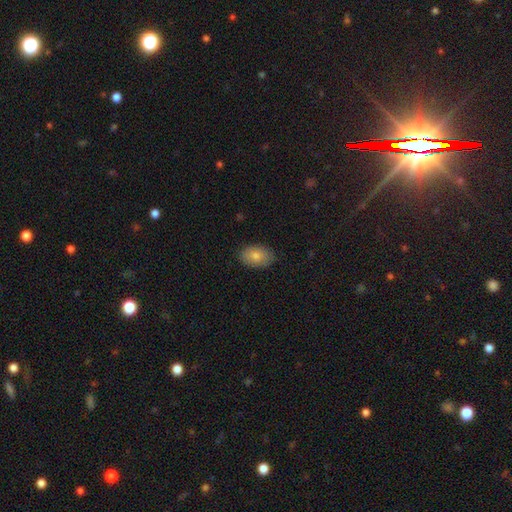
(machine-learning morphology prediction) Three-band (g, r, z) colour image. It shows a smooth galaxy with no disk features (82%) that is in between round and cigar-shaped (88%). Merging: none (86%).